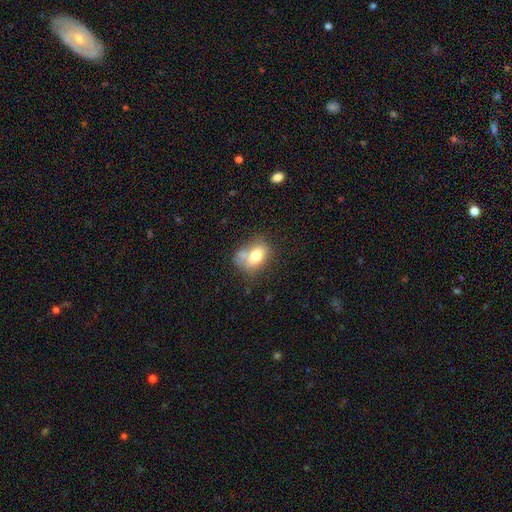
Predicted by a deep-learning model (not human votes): Overall: smooth (71%). How rounded: in between (76%). Merging: none (38%; merger 30%).